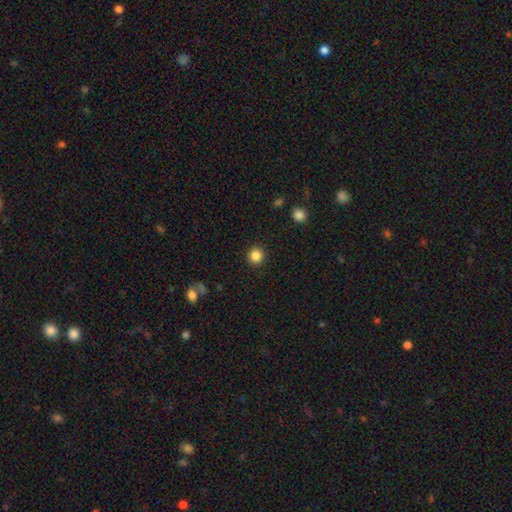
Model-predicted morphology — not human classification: The model was most divided on "smooth or featured": smooth: 86%, star or artifact: 11%, featured or disk: 4%. More confident: how rounded — round (94%); merging — none (92%).